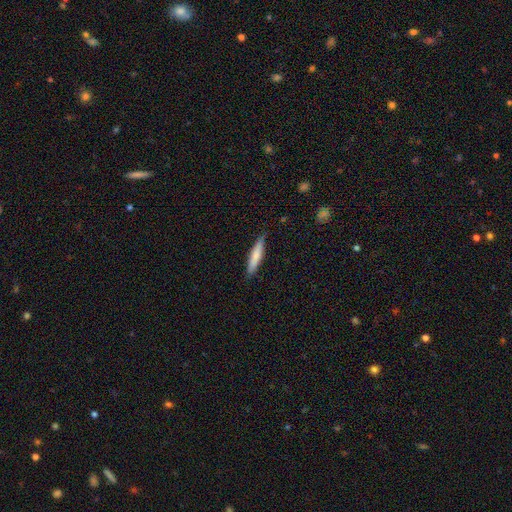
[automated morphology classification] Smooth or featured?
  - smooth: 73% *
  - featured or disk: 22%
  - star or artifact: 5%
How rounded?
  - cigar-shaped: 87% *
  - in between: 12%
  - round: 1%
Merging?
  - none: 84% *
  - minor disturbance: 13%
  - major disturbance: 2%
  - merger: 1%